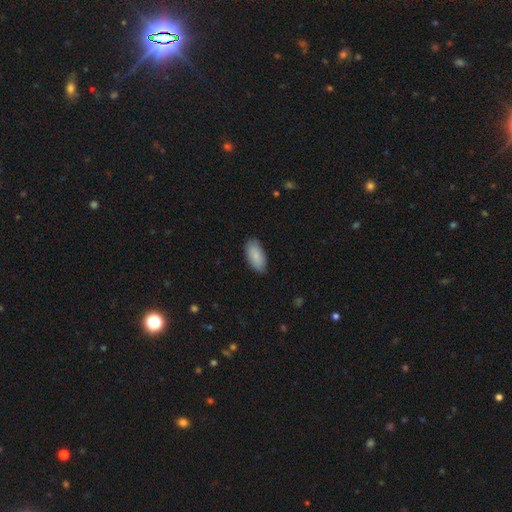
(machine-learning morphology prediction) This is clearly a smooth galaxy (88%). How rounded: clearly in between (94%). Merging: clearly none (84%).